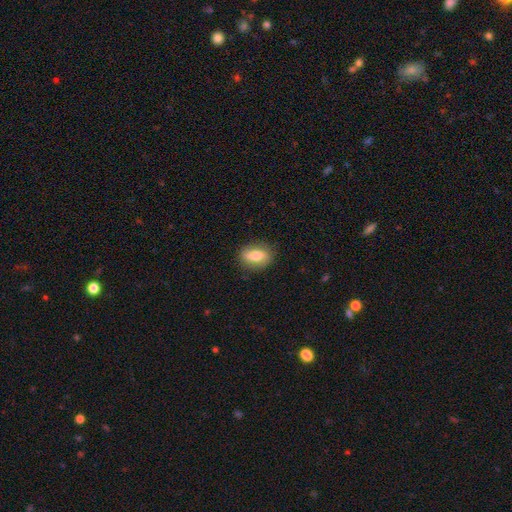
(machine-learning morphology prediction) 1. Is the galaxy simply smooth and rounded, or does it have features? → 63% smooth, 30% featured or disk, 7% star or artifact.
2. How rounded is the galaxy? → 75% in between, 17% round, 7% cigar-shaped.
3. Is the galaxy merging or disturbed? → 83% none, 13% minor disturbance, 3% major disturbance, 1% merger.